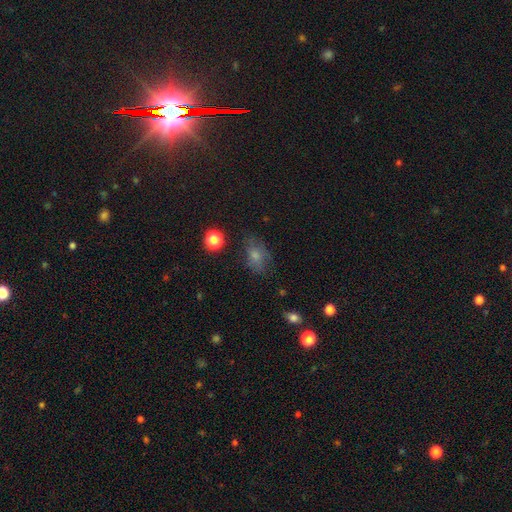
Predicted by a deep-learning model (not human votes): The model was most divided on "merging": none: 62%, minor disturbance: 24%, major disturbance: 11%, merger: 2%. More confident: how rounded — in between (74%); smooth or featured — smooth (68%).